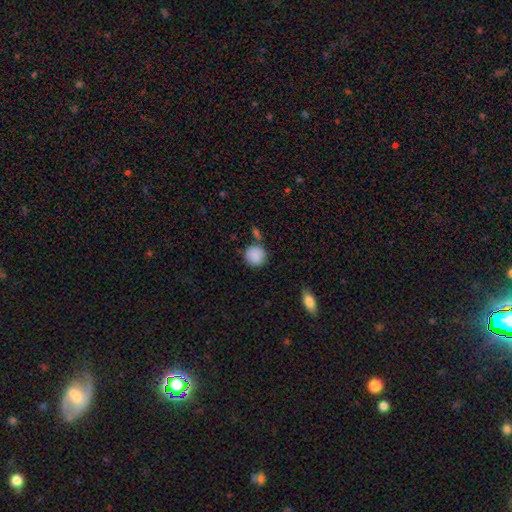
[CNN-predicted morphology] type=smooth (89%); roundness=round (90%); merging=none (74%).